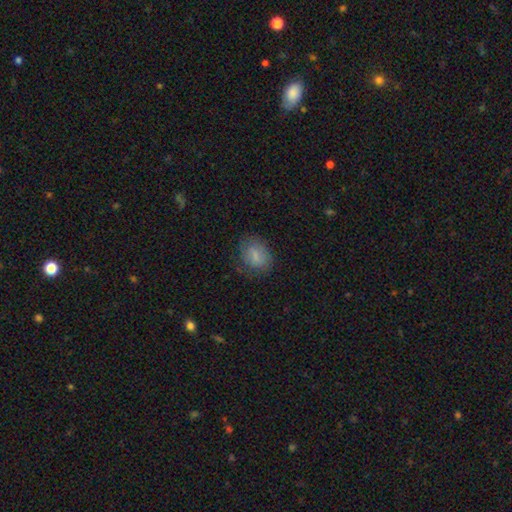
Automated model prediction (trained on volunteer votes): smooth 78%, featured or disk 14%, star or artifact 8%. Down the decision tree: how rounded — in between (62%); merging — none (74%).